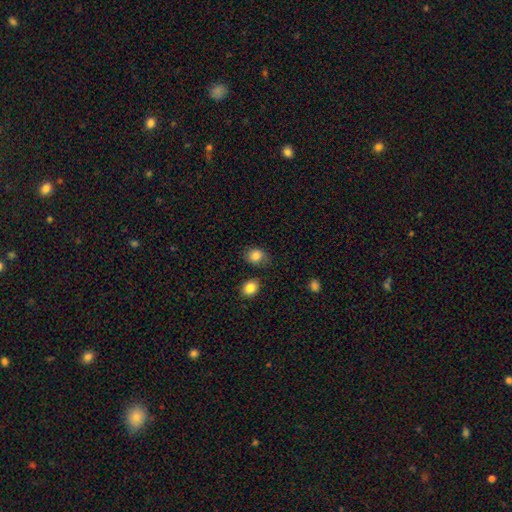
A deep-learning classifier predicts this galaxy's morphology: Q: Smooth or featured?
A: smooth (84%); runner-up: star or artifact (9%)
Q: How rounded?
A: round (57%); runner-up: in between (42%)
Q: Merging?
A: none (68%); runner-up: minor disturbance (20%)